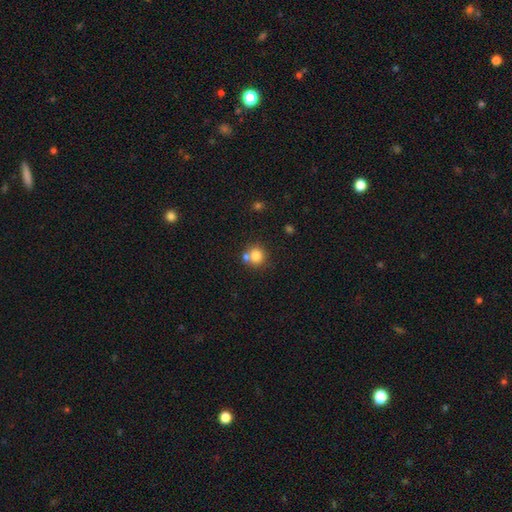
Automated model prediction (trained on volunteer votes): A smooth galaxy with no disk features (79%) that is round (87%). Merging: none (55%).